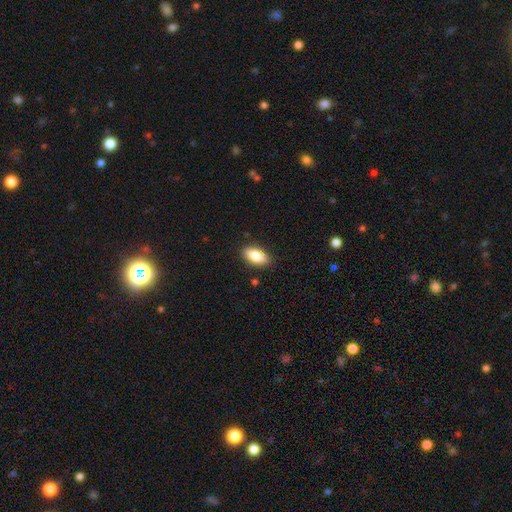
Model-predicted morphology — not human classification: Overall: smooth (82%). How rounded: in between (89%). Merging: none (87%).